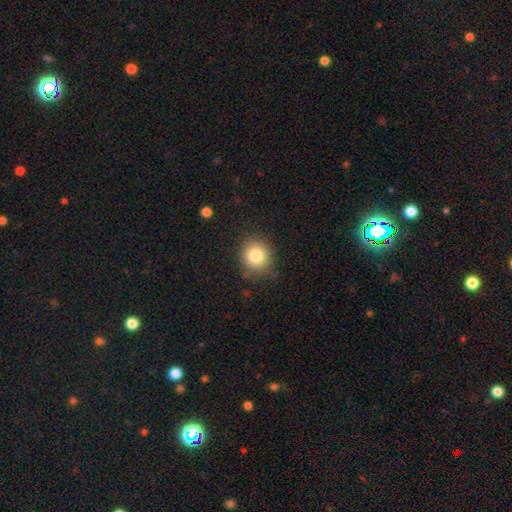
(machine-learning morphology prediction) Smooth or featured?
  - smooth: 82% *
  - star or artifact: 10%
  - featured or disk: 8%
How rounded?
  - round: 80% *
  - in between: 19%
  - cigar-shaped: 1%
Merging?
  - none: 84% *
  - minor disturbance: 12%
  - major disturbance: 3%
  - merger: 1%